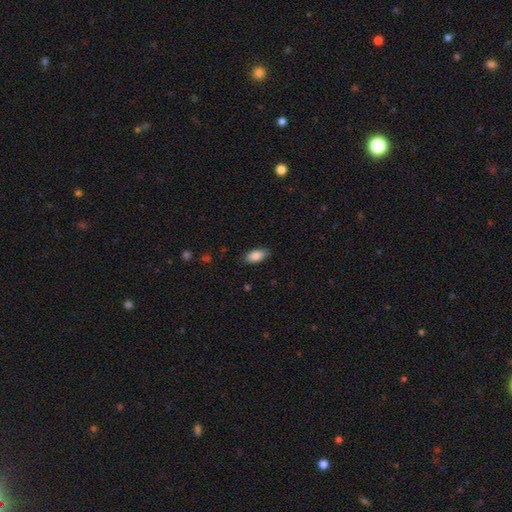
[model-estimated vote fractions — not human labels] This is clearly a smooth galaxy (85%). How rounded: clearly in between (90%). Merging: clearly none (84%).